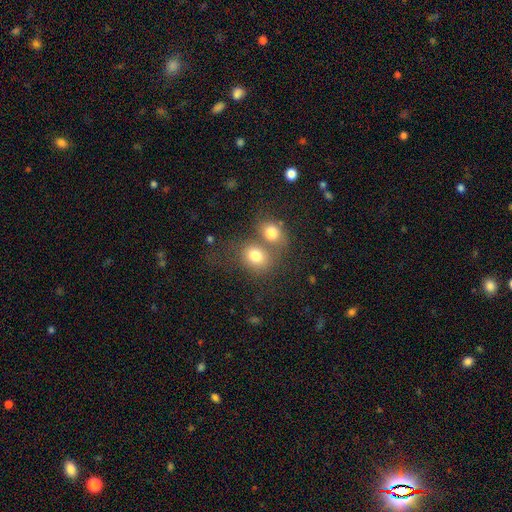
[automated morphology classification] Overall: smooth (76%). How rounded: round (59%; in between 40%). Merging: merger (53%; none 33%).